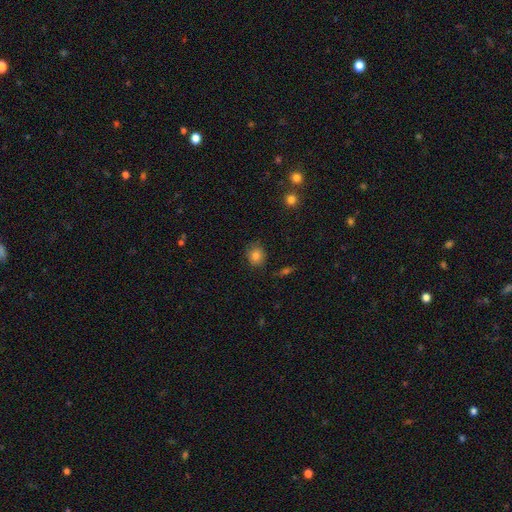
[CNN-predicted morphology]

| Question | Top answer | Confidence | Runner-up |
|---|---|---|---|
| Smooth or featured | smooth | 82% | star or artifact (11%) |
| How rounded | round | 76% | in between (23%) |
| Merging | none | 82% | minor disturbance (14%) |